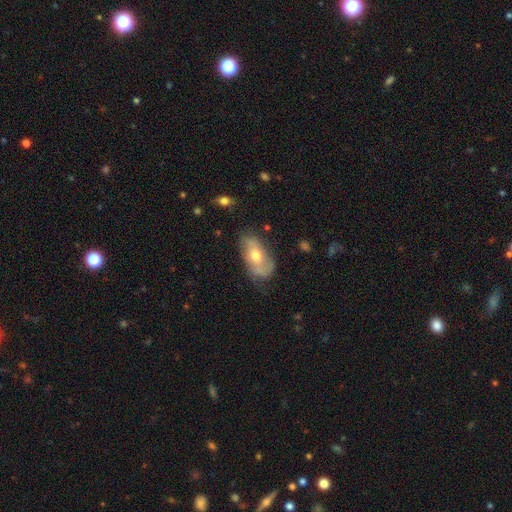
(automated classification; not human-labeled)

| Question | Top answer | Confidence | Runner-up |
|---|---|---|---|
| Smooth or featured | featured or disk | 52% | smooth (41%) |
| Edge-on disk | no | 89% | yes (11%) |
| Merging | none | 62% | minor disturbance (27%) |